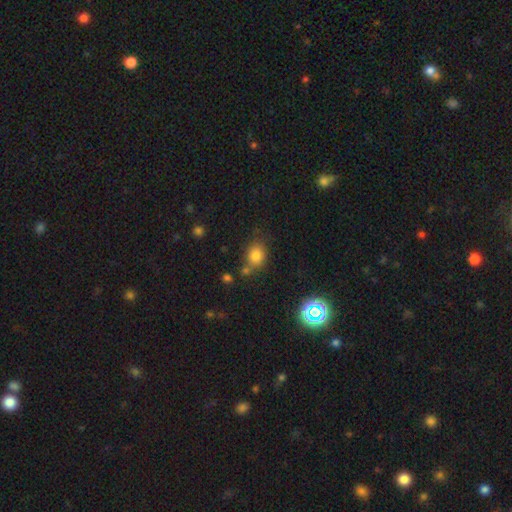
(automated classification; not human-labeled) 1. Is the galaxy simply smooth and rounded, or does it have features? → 79% smooth, 14% star or artifact, 8% featured or disk.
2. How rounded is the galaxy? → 55% round, 44% in between, 1% cigar-shaped.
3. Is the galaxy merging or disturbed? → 63% none, 16% minor disturbance, 15% merger, 5% major disturbance.